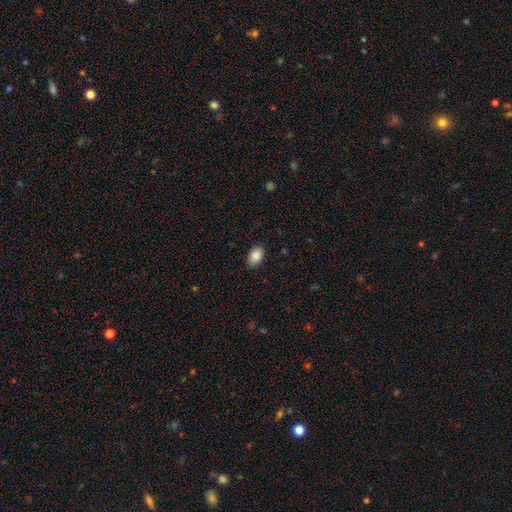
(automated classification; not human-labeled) Smooth or featured? Predicted: smooth (p=0.88). How rounded? Predicted: in between (p=0.88). Merging? Predicted: none (p=0.85).